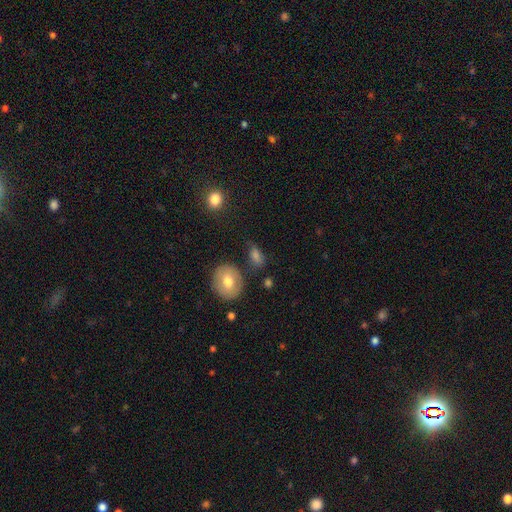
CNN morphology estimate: A smooth galaxy with no disk features (72%) that is in between round and cigar-shaped (68%).

Vote fractions:
- Smooth or featured? smooth: 72% / featured or disk: 16% / star or artifact: 12%
- How rounded? in between: 68% / round: 25% / cigar-shaped: 7%
- Merging? none: 65% / minor disturbance: 19% / major disturbance: 8% / merger: 8%